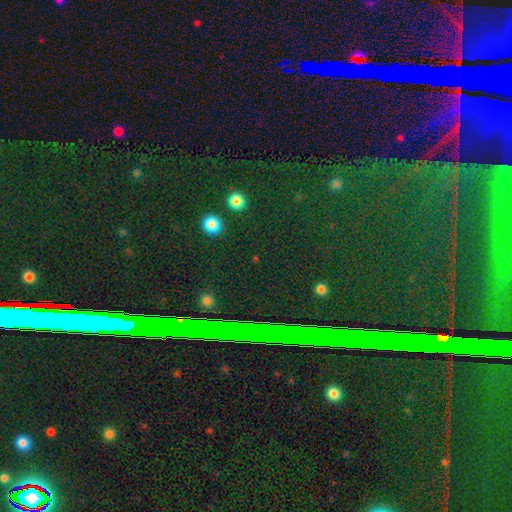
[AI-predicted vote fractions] This is clearly a star or artifact rather than a galaxy (86%).